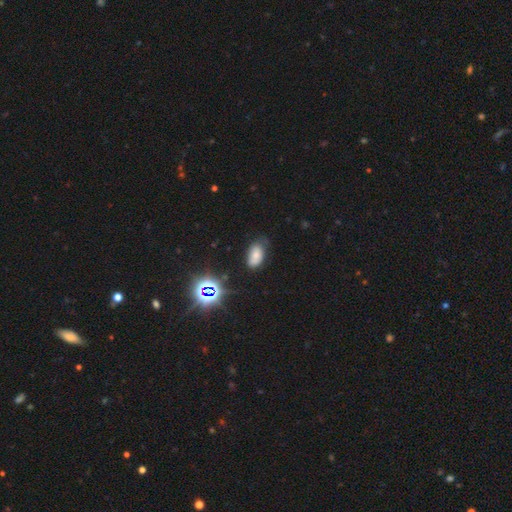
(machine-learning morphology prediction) Smooth or featured?
  - smooth: 62% *
  - star or artifact: 20%
  - featured or disk: 18%
How rounded?
  - in between: 92% *
  - round: 6%
  - cigar-shaped: 2%
Merging?
  - none: 58% *
  - minor disturbance: 31%
  - major disturbance: 8%
  - merger: 3%